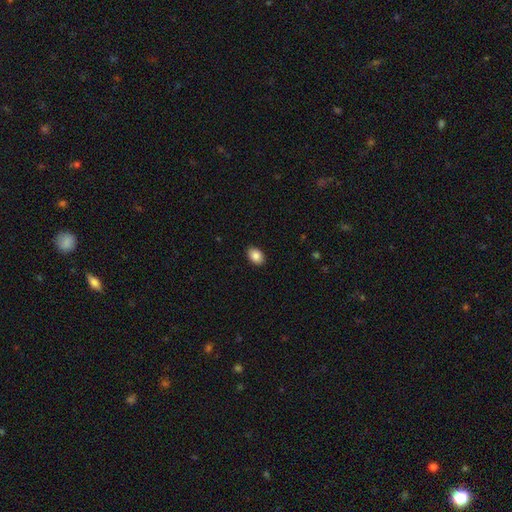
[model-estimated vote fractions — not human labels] This appears to be a smooth galaxy with no disk features (88%) that is in between round and cigar-shaped (84%). Merging: none (90%).